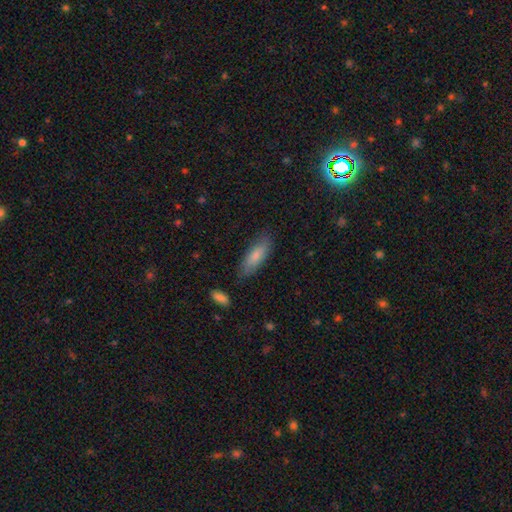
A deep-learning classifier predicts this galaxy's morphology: A smooth galaxy with no disk features (79%) that is in between round and cigar-shaped (57%).

Vote fractions:
- Smooth or featured? smooth: 79% / featured or disk: 14% / star or artifact: 6%
- How rounded? in between: 57% / cigar-shaped: 41% / round: 2%
- Merging? none: 79% / minor disturbance: 16% / major disturbance: 3% / merger: 2%